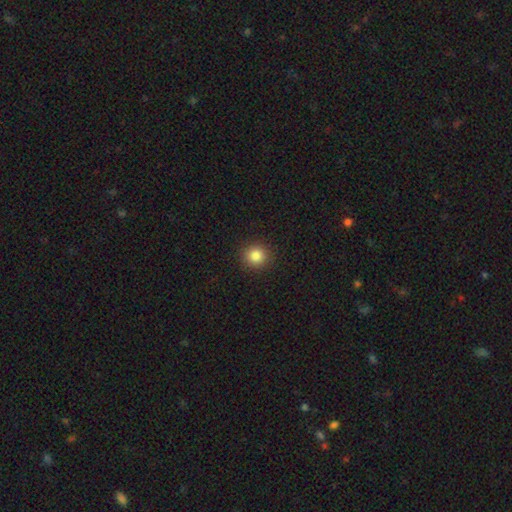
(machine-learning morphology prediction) Smooth or featured: smooth — 84% (star or artifact — 11%)
How rounded: round — 92% (in between — 7%)
Merging: none — 92% (minor disturbance — 5%)